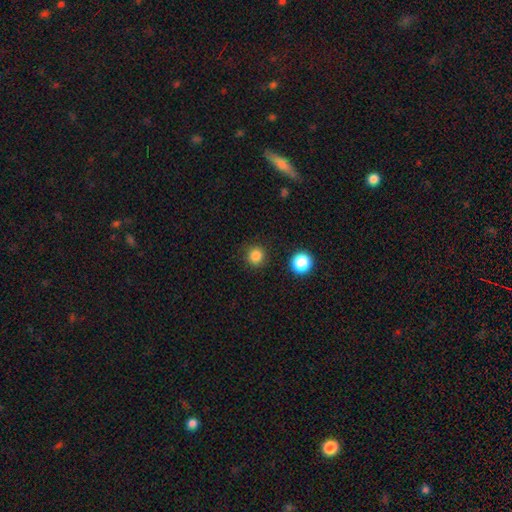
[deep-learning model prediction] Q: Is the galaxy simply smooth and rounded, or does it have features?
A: smooth — 84%.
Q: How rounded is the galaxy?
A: round — 93%.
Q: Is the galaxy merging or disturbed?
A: none — 88%.